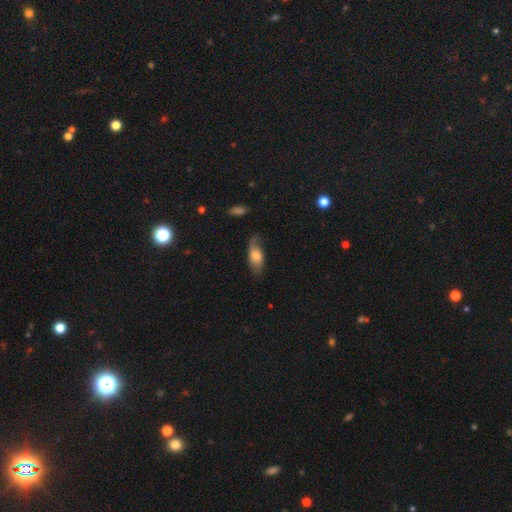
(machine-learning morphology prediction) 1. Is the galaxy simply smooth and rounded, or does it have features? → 56% smooth, 37% featured or disk, 7% star or artifact.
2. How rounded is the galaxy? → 85% in between, 10% cigar-shaped, 5% round.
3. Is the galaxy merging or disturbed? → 59% none, 28% minor disturbance, 11% major disturbance, 2% merger.